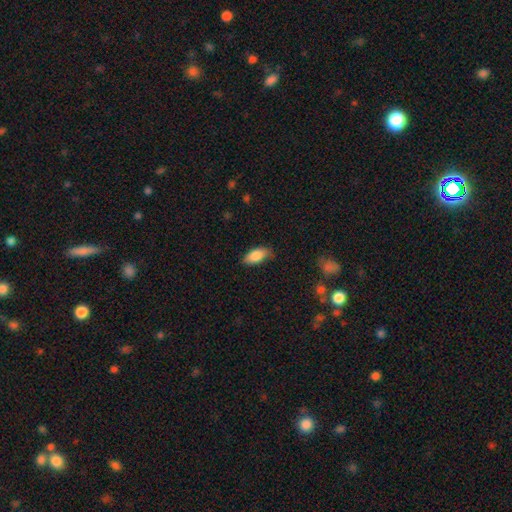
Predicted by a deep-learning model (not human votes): Q: Smooth or featured?
A: smooth (85%); runner-up: featured or disk (8%)
Q: How rounded?
A: in between (90%); runner-up: cigar-shaped (7%)
Q: Merging?
A: none (74%); runner-up: minor disturbance (21%)